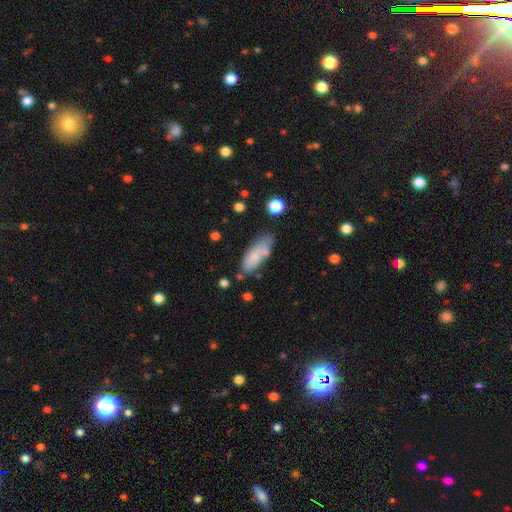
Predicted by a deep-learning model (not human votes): A smooth galaxy with no disk features (75%) that is in between round and cigar-shaped (70%).

Vote fractions:
- Smooth or featured? smooth: 75% / featured or disk: 18% / star or artifact: 8%
- How rounded? in between: 70% / cigar-shaped: 28% / round: 2%
- Merging? none: 57% / minor disturbance: 24% / merger: 12% / major disturbance: 8%